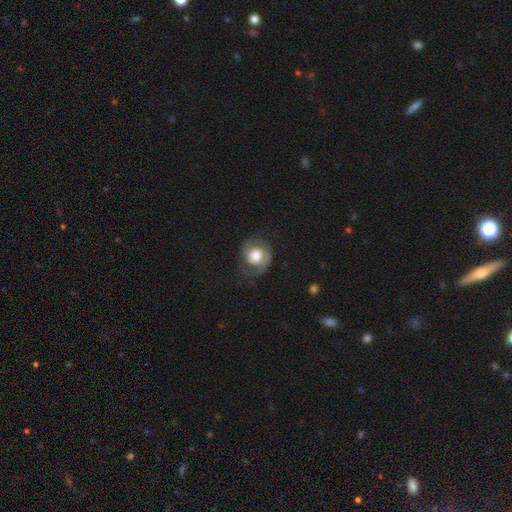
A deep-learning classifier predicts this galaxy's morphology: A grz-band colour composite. It shows a featured or disk galaxy (69%) with no bar (69%), 2 (84%) medium (44%) spiral arms (90%) and a large central bulge (44%). Merging: none (69%).